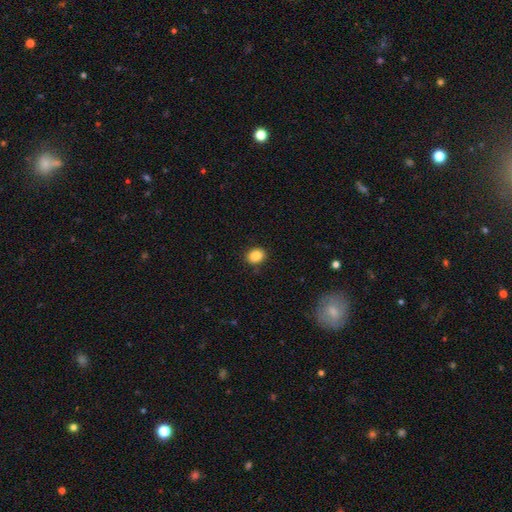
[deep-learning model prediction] Smooth or featured? smooth (86%)
How rounded? in between (51%)
Merging? none (86%)